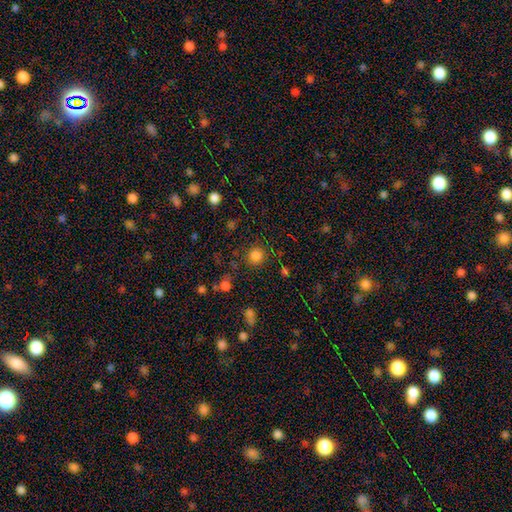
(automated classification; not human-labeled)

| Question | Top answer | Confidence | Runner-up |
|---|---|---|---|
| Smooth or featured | smooth | 81% | star or artifact (15%) |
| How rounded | round | 93% | in between (6%) |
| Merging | none | 86% | minor disturbance (8%) |